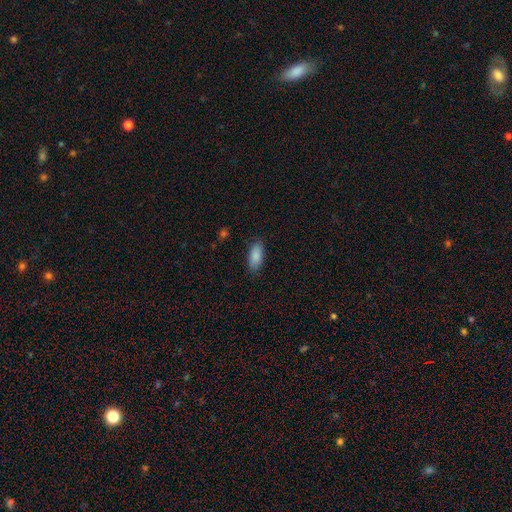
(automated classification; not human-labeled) The model was most divided on "merging": none: 84%, minor disturbance: 12%, major disturbance: 3%, merger: 1%. More confident: how rounded — in between (90%); smooth or featured — smooth (88%).